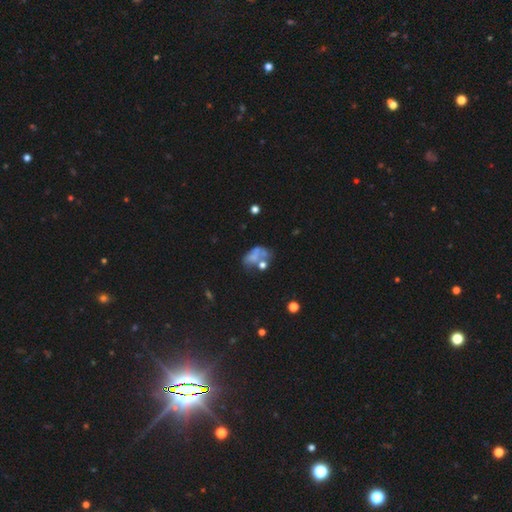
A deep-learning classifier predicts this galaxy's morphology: Overall: smooth (43%; featured or disk 41%). Merging: merger (29%; major disturbance 28%).